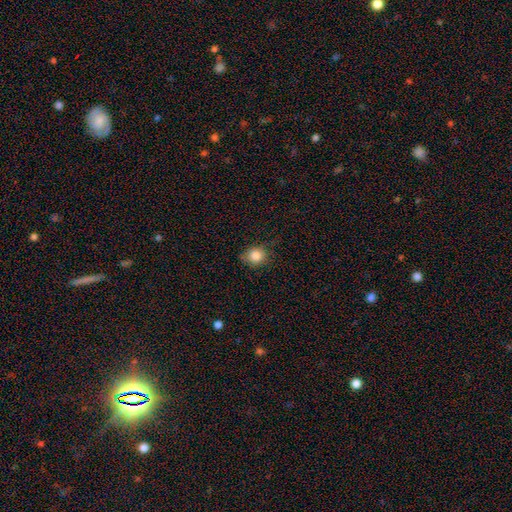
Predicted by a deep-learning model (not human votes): Q: Smooth or featured?
A: smooth (85%); runner-up: star or artifact (10%)
Q: How rounded?
A: round (78%); runner-up: in between (21%)
Q: Merging?
A: none (78%); runner-up: minor disturbance (18%)